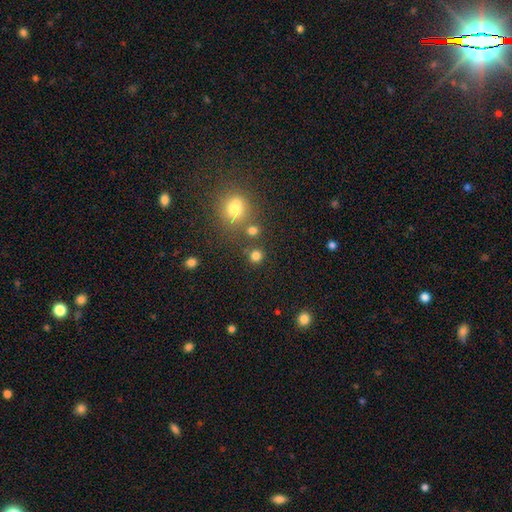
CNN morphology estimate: A smooth galaxy with no disk features (79%) that is round (90%).

Vote fractions:
- Smooth or featured? smooth: 79% / star or artifact: 16% / featured or disk: 5%
- How rounded? round: 90% / in between: 9% / cigar-shaped: 1%
- Merging? none: 79% / merger: 11% / minor disturbance: 7% / major disturbance: 3%